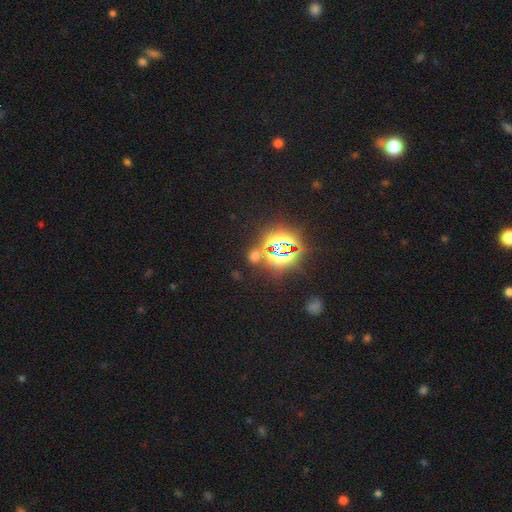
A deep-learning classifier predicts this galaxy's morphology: A star or artifact, not a galaxy (64%).